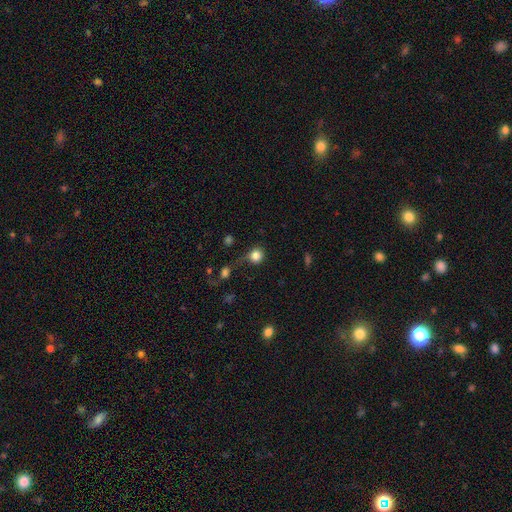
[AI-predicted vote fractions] A smooth galaxy with no disk features (83%) that is round (89%). Merging: none (55%).